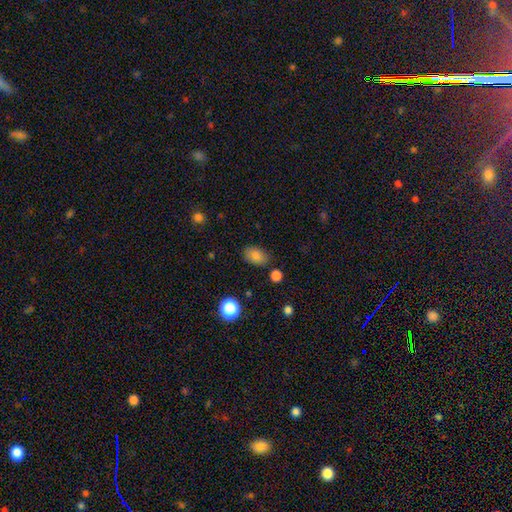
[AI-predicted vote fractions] Q: Smooth or featured?
A: smooth (82%); runner-up: star or artifact (10%)
Q: How rounded?
A: in between (82%); runner-up: round (16%)
Q: Merging?
A: none (80%); runner-up: minor disturbance (14%)